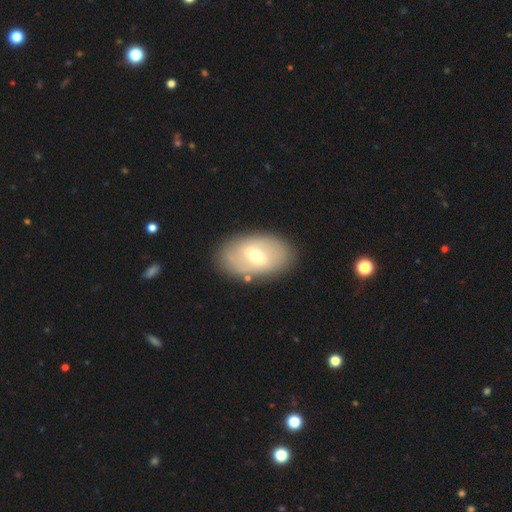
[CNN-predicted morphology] type=featured or disk (55%); edge-on=no (91%); merging=none (83%).